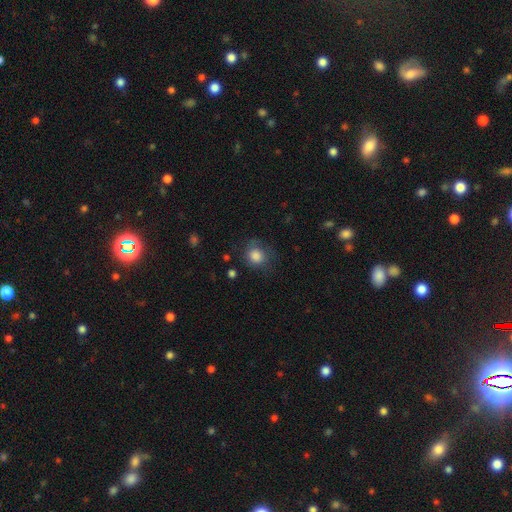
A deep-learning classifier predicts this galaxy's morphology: Q: Smooth or featured?
A: smooth (82%); runner-up: star or artifact (9%)
Q: How rounded?
A: round (81%); runner-up: in between (18%)
Q: Merging?
A: none (65%); runner-up: minor disturbance (22%)